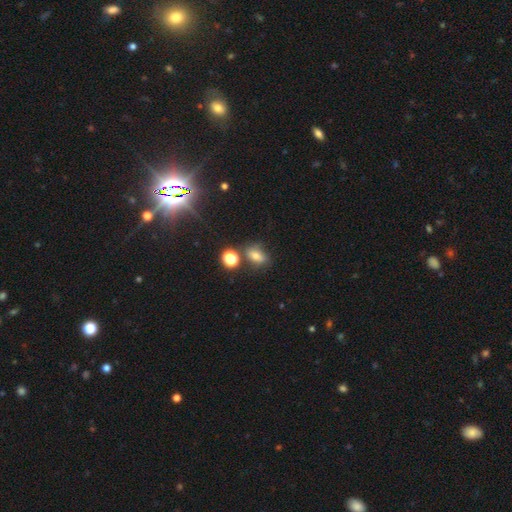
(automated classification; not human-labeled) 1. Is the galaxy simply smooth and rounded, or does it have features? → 66% smooth, 19% star or artifact, 15% featured or disk.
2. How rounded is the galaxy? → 68% in between, 28% round, 4% cigar-shaped.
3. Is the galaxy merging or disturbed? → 63% none, 18% minor disturbance, 13% merger, 6% major disturbance.